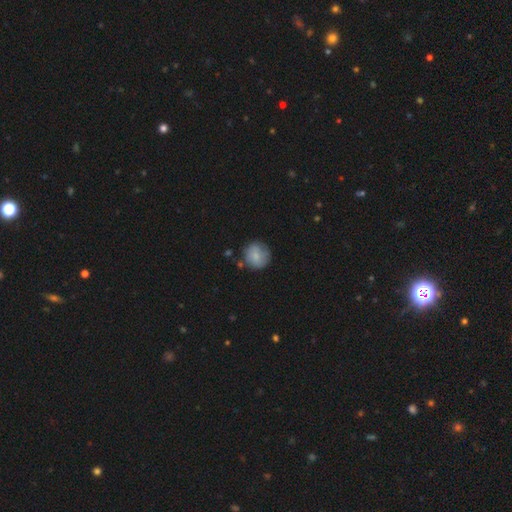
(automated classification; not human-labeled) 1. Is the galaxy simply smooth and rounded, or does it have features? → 77% smooth, 15% featured or disk, 7% star or artifact.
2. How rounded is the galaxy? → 90% round, 9% in between, 1% cigar-shaped.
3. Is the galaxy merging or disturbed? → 75% none, 17% minor disturbance, 5% major disturbance, 4% merger.